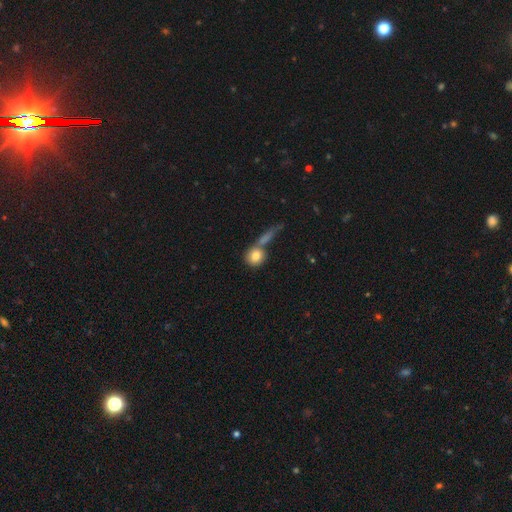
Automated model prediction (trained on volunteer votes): Morphology: type=smooth (79%); roundness=round (83%); merging=none (50%).